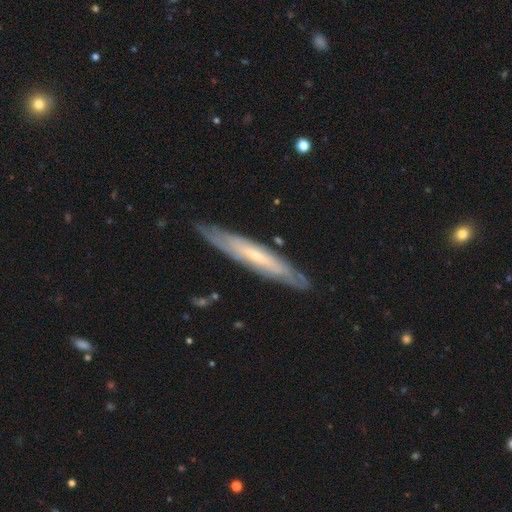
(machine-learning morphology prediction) This is likely a featured or disk galaxy (69%). It is likely viewed edge-on (66%). Merging: clearly none (84%).